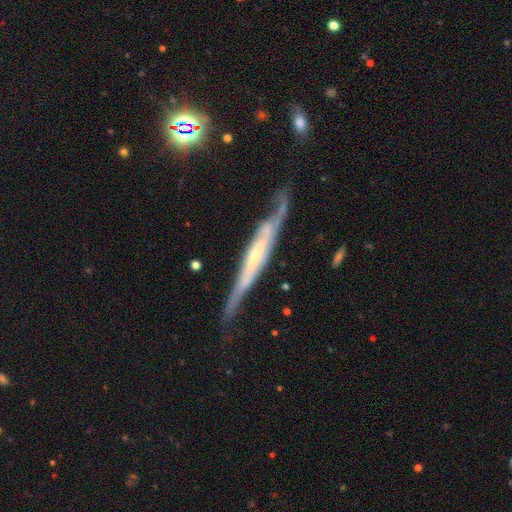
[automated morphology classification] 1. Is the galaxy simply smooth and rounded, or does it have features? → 80% featured or disk, 14% smooth, 6% star or artifact.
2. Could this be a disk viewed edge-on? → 76% yes, 24% no.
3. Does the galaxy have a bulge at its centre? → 49% none, 28% rounded, 23% boxy.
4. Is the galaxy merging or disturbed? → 63% none, 24% minor disturbance, 9% major disturbance, 3% merger.